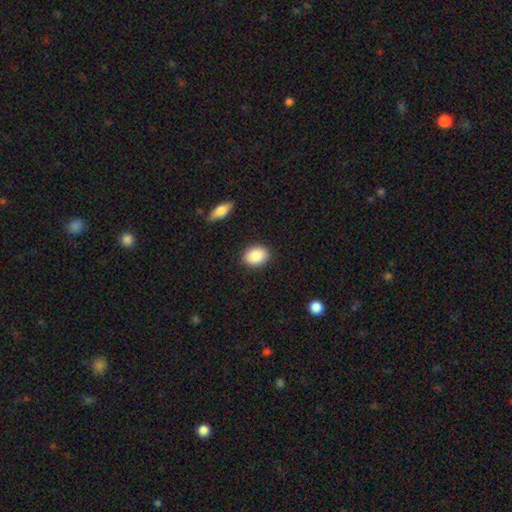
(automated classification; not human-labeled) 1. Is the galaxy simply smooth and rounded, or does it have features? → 89% smooth, 7% star or artifact, 4% featured or disk.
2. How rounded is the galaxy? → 72% in between, 26% round, 1% cigar-shaped.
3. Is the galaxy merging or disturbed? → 88% none, 8% minor disturbance, 2% major disturbance, 2% merger.